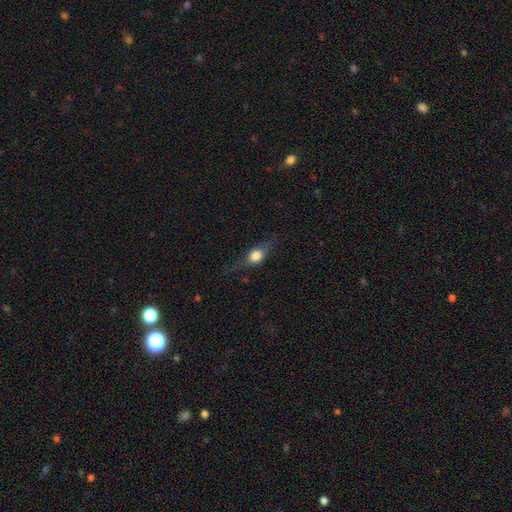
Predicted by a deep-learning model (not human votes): Overall: smooth (58%; featured or disk 32%). How rounded: in between (54%; round 28%). Merging: none (67%).